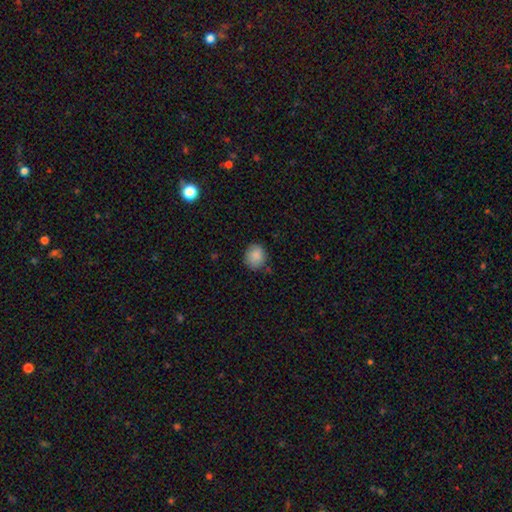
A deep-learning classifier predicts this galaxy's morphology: smooth_or_featured: smooth (p=0.87) [alt: star or artifact p=0.08]
how_rounded: round (p=0.74) [alt: in between p=0.25]
merging: none (p=0.78) [alt: minor disturbance p=0.17]